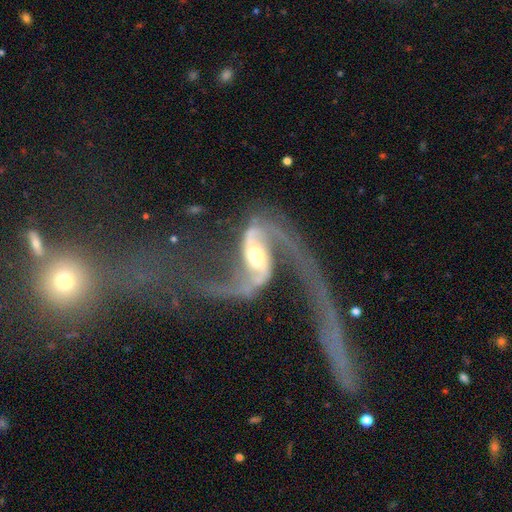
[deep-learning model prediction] Q: Smooth or featured?
A: featured or disk (90%); runner-up: star or artifact (5%)
Q: Edge-on disk?
A: no (96%); runner-up: yes (4%)
Q: Bar?
A: strong (40%); runner-up: weak (39%)
Q: Spiral arms?
A: yes (96%); runner-up: no (4%)
Q: Spiral winding?
A: loose (83%); runner-up: medium (13%)
Q: Spiral arm count?
A: 2 (91%); runner-up: 1 (4%)
Q: Bulge size?
A: moderate (66%); runner-up: small (15%)
Q: Merging?
A: major disturbance (41%); runner-up: none (34%)